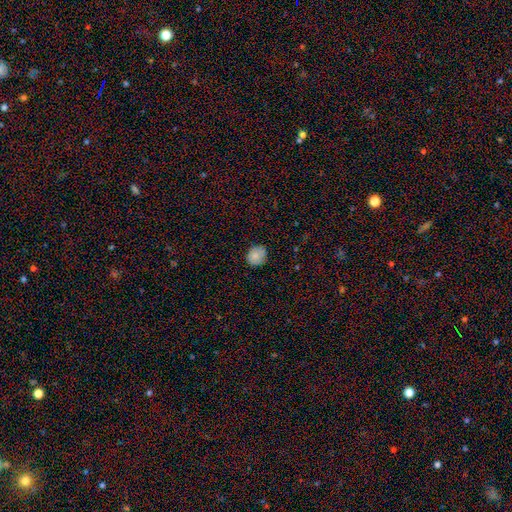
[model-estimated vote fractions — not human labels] Smooth or featured? Predicted: smooth (p=0.83). How rounded? Predicted: round (p=0.74). Merging? Predicted: none (p=0.80).